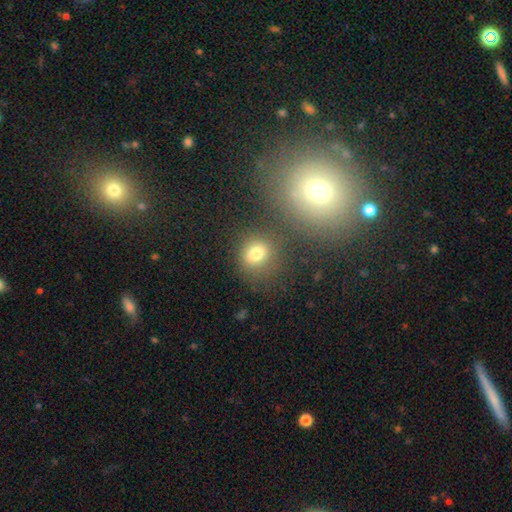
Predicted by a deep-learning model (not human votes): A smooth galaxy with no disk features (76%) that is round (73%).

Vote fractions:
- Smooth or featured? smooth: 76% / star or artifact: 16% / featured or disk: 8%
- How rounded? round: 73% / in between: 26% / cigar-shaped: 2%
- Merging? none: 75% / minor disturbance: 12% / merger: 8% / major disturbance: 5%